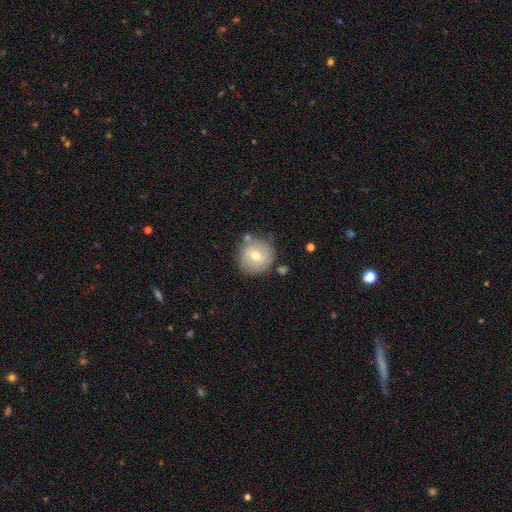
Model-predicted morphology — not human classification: Smooth or featured?
  - smooth: 58% *
  - featured or disk: 34%
  - star or artifact: 8%
How rounded?
  - round: 92% *
  - in between: 7%
  - cigar-shaped: 1%
Merging?
  - none: 76% *
  - minor disturbance: 14%
  - merger: 6%
  - major disturbance: 4%